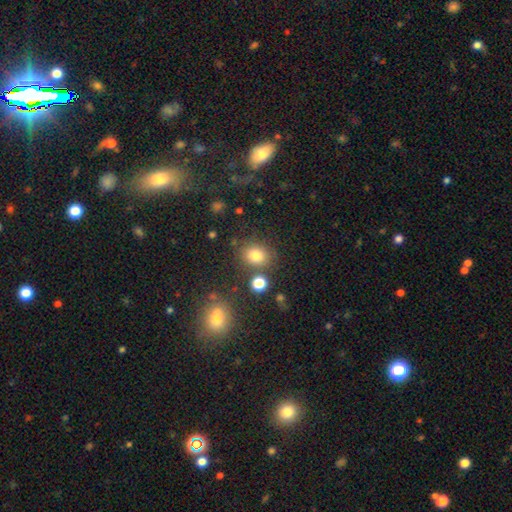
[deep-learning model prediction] smooth-or-featured: smooth: 77% | star or artifact: 15% | featured or disk: 8%
  how-rounded: round: 62% | in between: 37% | cigar-shaped: 1%
  merging: none: 76% | minor disturbance: 11% | merger: 8% | major disturbance: 4%